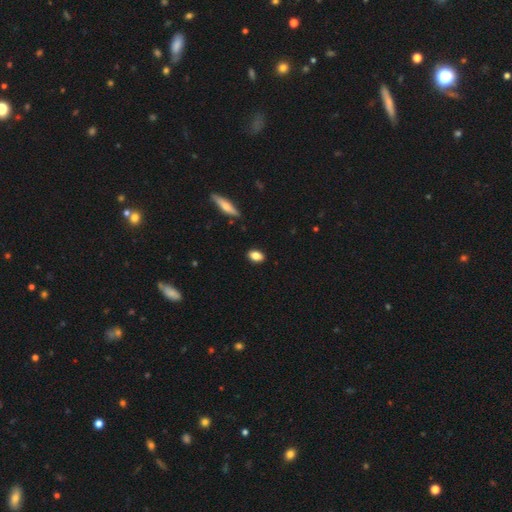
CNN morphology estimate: Q: Smooth or featured?
A: smooth (83%); runner-up: featured or disk (9%)
Q: How rounded?
A: in between (83%); runner-up: round (13%)
Q: Merging?
A: none (88%); runner-up: minor disturbance (9%)